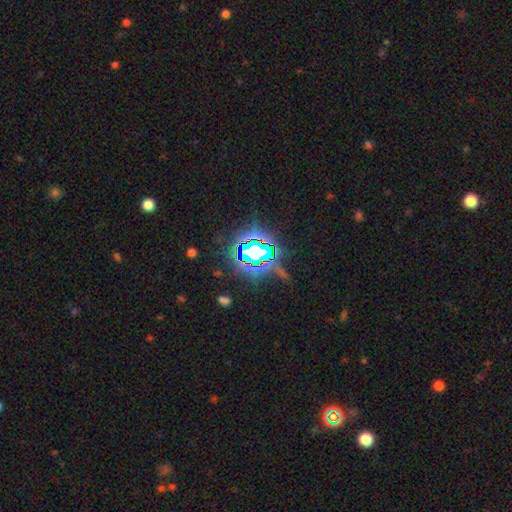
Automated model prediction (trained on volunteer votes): Smooth or featured? Predicted: star or artifact (p=0.77).